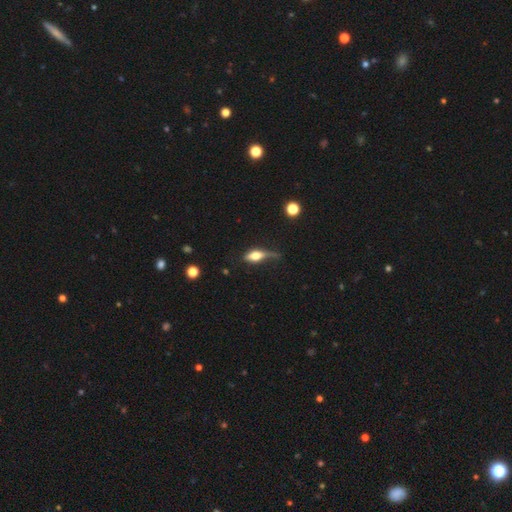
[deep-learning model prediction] A smooth galaxy with no disk features (55%) that is in between round and cigar-shaped (63%). Merging: none (35%).